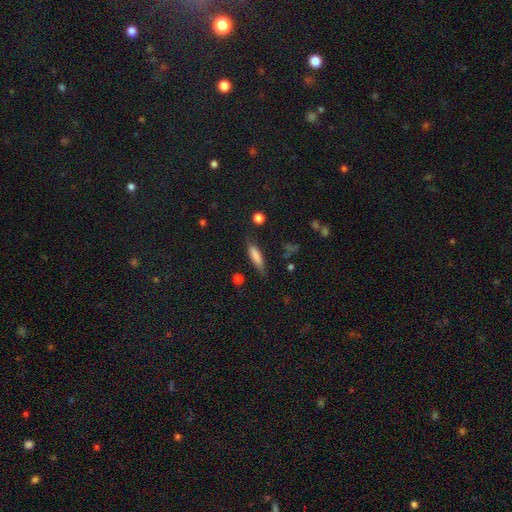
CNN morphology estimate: Smooth or featured? Predicted: smooth (p=0.76). How rounded? Predicted: cigar-shaped (p=0.67). Merging? Predicted: none (p=0.72).